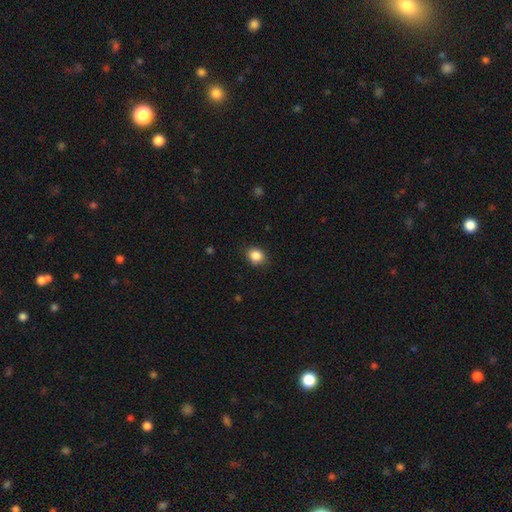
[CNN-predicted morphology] Smooth or featured: smooth — 86% (star or artifact — 10%)
How rounded: round — 58% (in between — 41%)
Merging: none — 85% (minor disturbance — 11%)